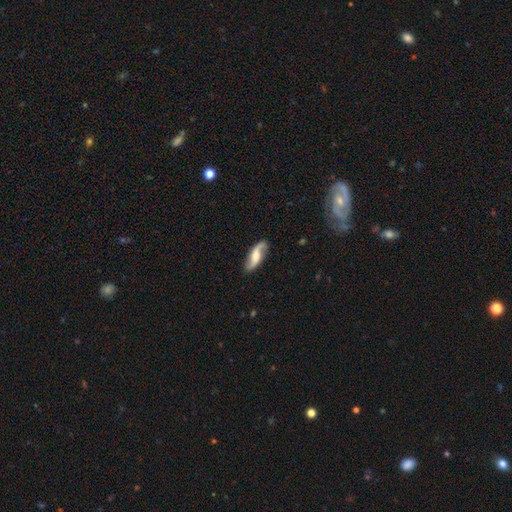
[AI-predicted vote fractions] Morphology: type=featured or disk (73%); edge-on=no (90%); bar=weak (41%); spiral arms=yes (95%); winding=loose (72%); arm count=2 (91%); bulge=moderate (40%); merging=none (81%).